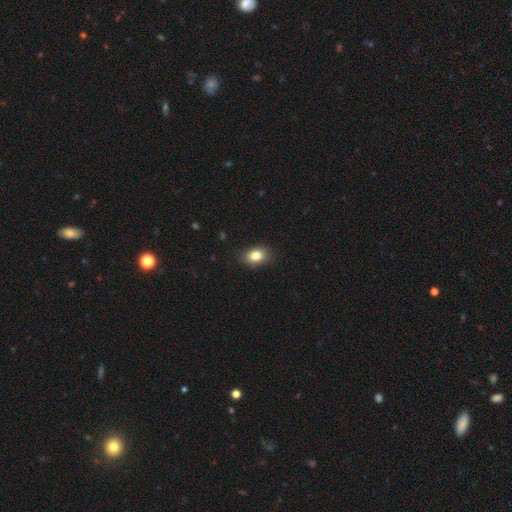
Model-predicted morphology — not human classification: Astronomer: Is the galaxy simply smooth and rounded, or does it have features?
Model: smooth — 83%.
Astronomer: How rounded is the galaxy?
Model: in between — 72%.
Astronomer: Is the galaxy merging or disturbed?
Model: none — 87%.